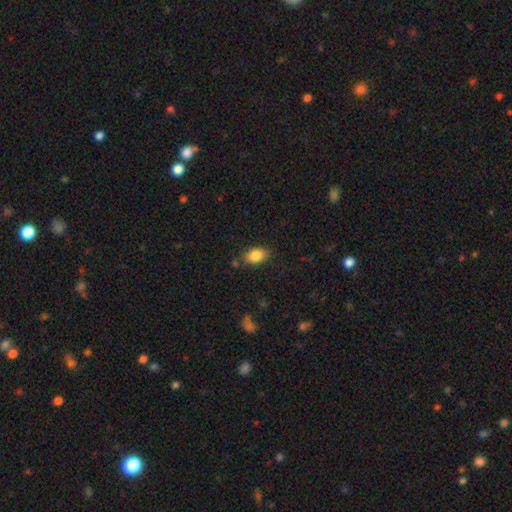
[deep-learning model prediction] Smooth or featured: smooth — 84% (star or artifact — 8%)
How rounded: in between — 87% (round — 11%)
Merging: none — 82% (minor disturbance — 12%)